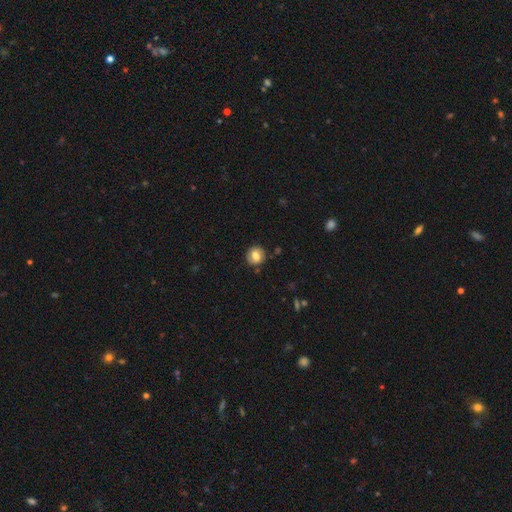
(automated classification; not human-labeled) Morphology: type=smooth (73%); roundness=round (82%); merging=none (84%).